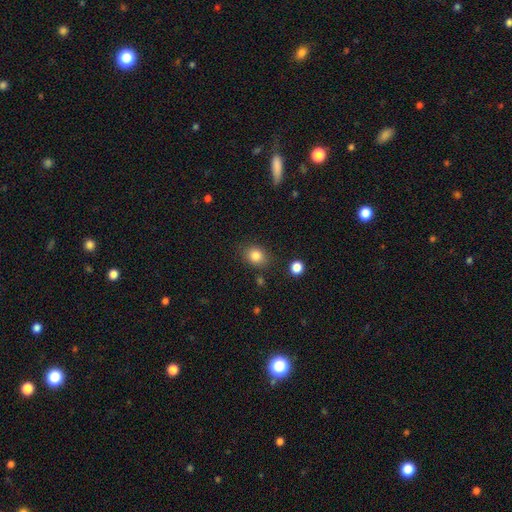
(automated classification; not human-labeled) A smooth galaxy with no disk features (84%) that is round (56%).

Vote fractions:
- Smooth or featured? smooth: 84% / star or artifact: 10% / featured or disk: 6%
- How rounded? round: 56% / in between: 43% / cigar-shaped: 1%
- Merging? none: 81% / minor disturbance: 12% / major disturbance: 3% / merger: 3%